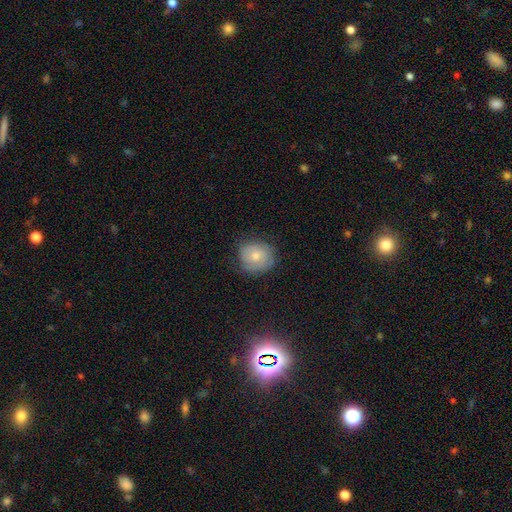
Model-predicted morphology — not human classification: Smooth or featured? Predicted: smooth (p=0.63). How rounded? Predicted: round (p=0.79). Merging? Predicted: none (p=0.66).